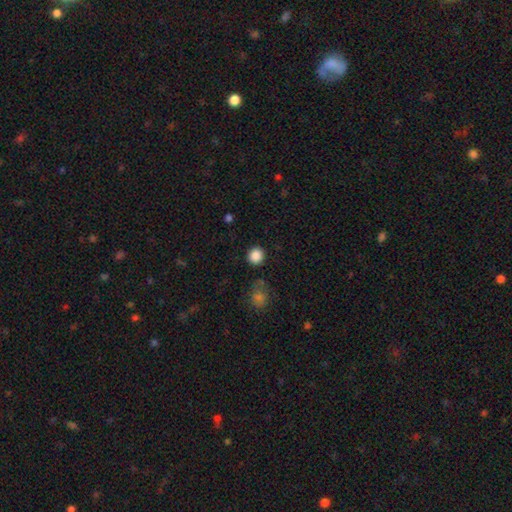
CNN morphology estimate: A smooth galaxy with no disk features (87%) that is round (89%).

Vote fractions:
- Smooth or featured? smooth: 87% / star or artifact: 10% / featured or disk: 3%
- How rounded? round: 89% / in between: 10% / cigar-shaped: 1%
- Merging? none: 87% / minor disturbance: 8% / major disturbance: 3% / merger: 3%